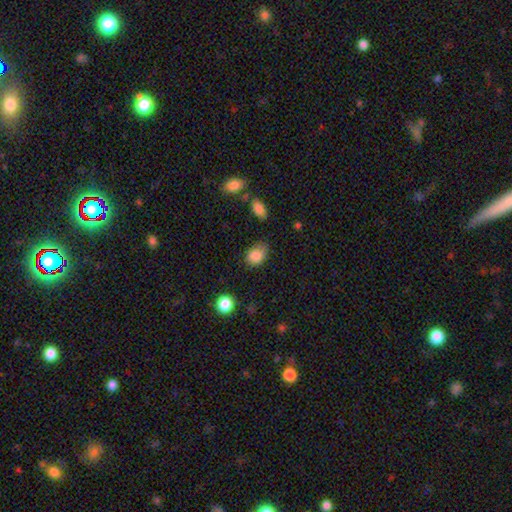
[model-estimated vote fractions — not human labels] A smooth galaxy with no disk features (84%) that is in between round and cigar-shaped (68%). Merging: none (62%).